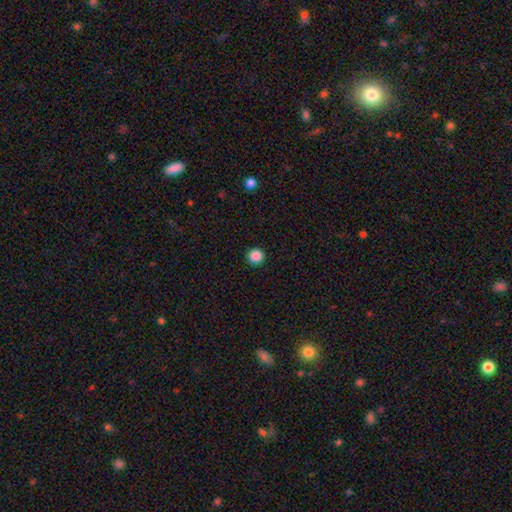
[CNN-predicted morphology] A smooth galaxy with no disk features (87%) that is round (96%).

Vote fractions:
- Smooth or featured? smooth: 87% / star or artifact: 10% / featured or disk: 3%
- How rounded? round: 96% / in between: 3% / cigar-shaped: 1%
- Merging? none: 94% / minor disturbance: 4% / major disturbance: 1% / merger: 1%